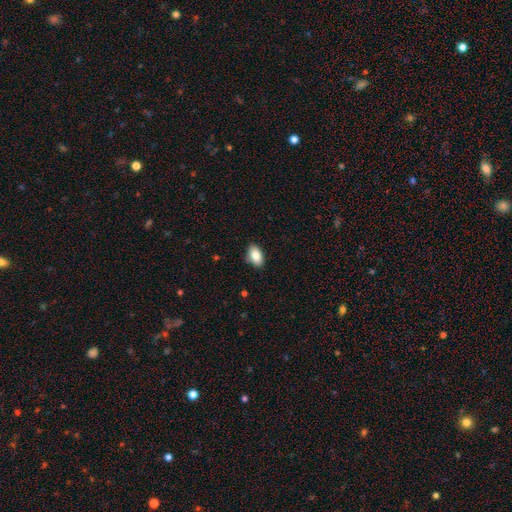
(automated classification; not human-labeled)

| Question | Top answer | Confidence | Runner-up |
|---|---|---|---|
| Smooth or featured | smooth | 85% | featured or disk (8%) |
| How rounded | in between | 92% | round (6%) |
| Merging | none | 84% | minor disturbance (13%) |